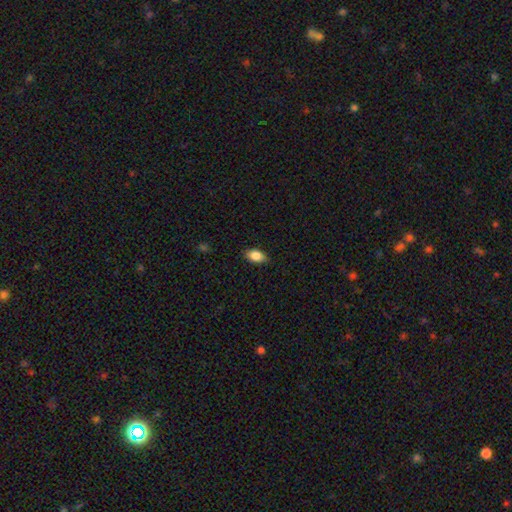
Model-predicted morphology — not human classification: The model was most divided on "merging": none: 84%, minor disturbance: 13%, major disturbance: 2%, merger: 1%. More confident: how rounded — in between (88%); smooth or featured — smooth (84%).